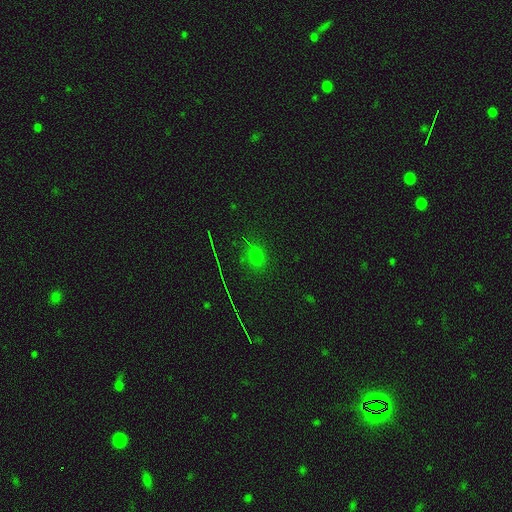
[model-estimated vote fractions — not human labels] Smooth or featured: smooth — 51% (star or artifact — 41%)
How rounded: round — 76% (in between — 22%)
Merging: none — 77% (minor disturbance — 14%)